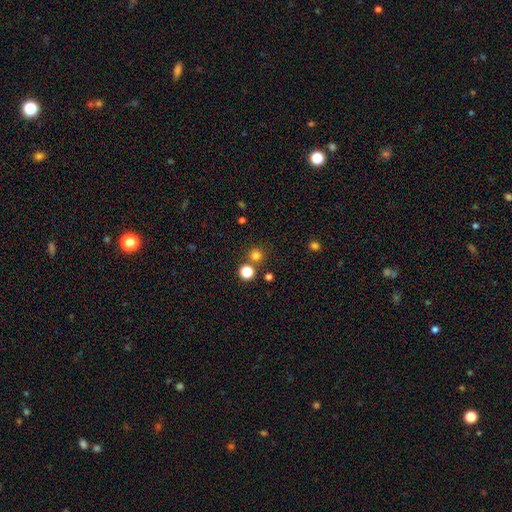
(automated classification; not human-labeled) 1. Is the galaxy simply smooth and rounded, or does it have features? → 76% smooth, 19% star or artifact, 5% featured or disk.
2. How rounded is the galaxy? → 94% round, 6% in between, 1% cigar-shaped.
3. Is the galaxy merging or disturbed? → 80% none, 12% merger, 6% minor disturbance, 3% major disturbance.